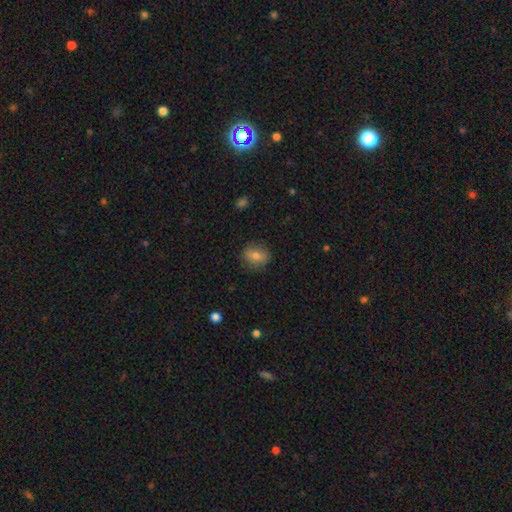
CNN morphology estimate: The model was most divided on "how rounded": round: 58%, in between: 40%, cigar-shaped: 2%. More confident: merging — none (84%); smooth or featured — smooth (71%).